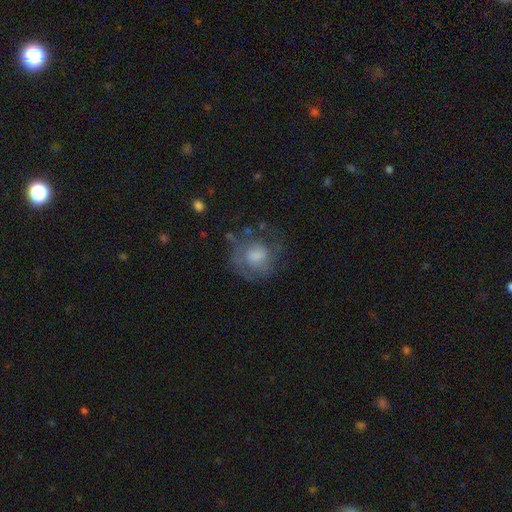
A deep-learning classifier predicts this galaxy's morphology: Overall: featured or disk (46%; smooth 43%). Merging: none (57%; minor disturbance 21%).